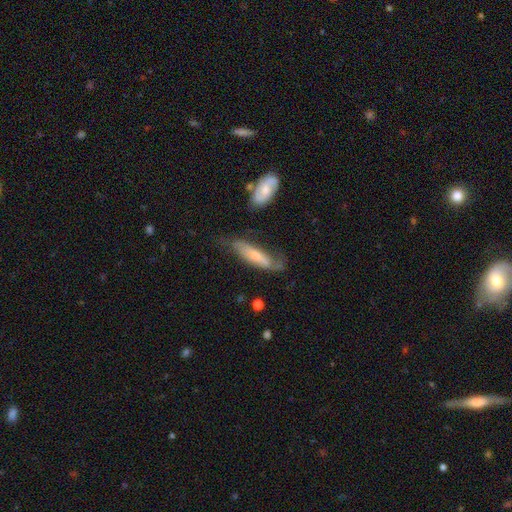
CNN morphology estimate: smooth_or_featured: smooth (p=0.53) [alt: featured or disk p=0.41]
how_rounded: cigar-shaped (p=0.64) [alt: in between p=0.35]
merging: none (p=0.48) [alt: minor disturbance p=0.31]